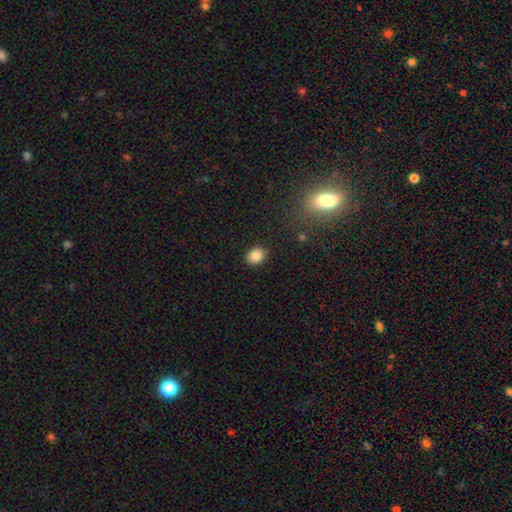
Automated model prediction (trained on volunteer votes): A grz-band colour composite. It shows a smooth galaxy with no disk features (86%) that is in between round and cigar-shaped (55%). Merging: none (89%).